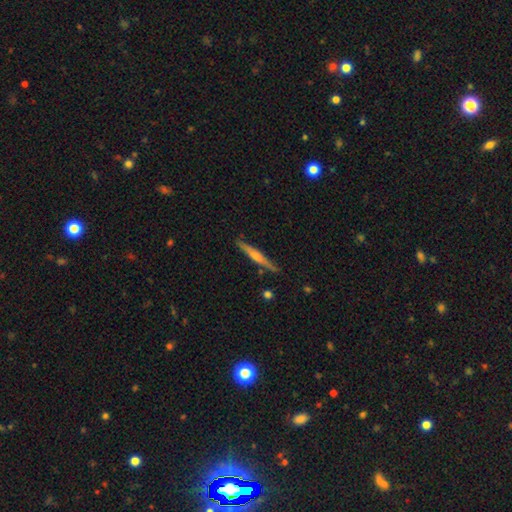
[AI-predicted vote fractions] smooth_or_featured: featured or disk (p=0.56) [alt: smooth p=0.38]
disk_edge_on: yes (p=0.97) [alt: no p=0.03]
edge_on_bulge: rounded (p=0.58) [alt: none p=0.26]
merging: none (p=0.86) [alt: minor disturbance p=0.10]